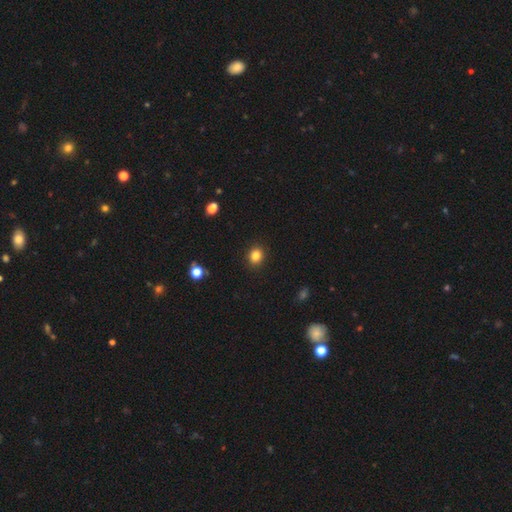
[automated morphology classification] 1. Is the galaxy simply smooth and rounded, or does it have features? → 84% smooth, 12% star or artifact, 5% featured or disk.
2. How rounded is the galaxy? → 74% round, 25% in between, 1% cigar-shaped.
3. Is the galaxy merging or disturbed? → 91% none, 6% minor disturbance, 2% major disturbance, 1% merger.